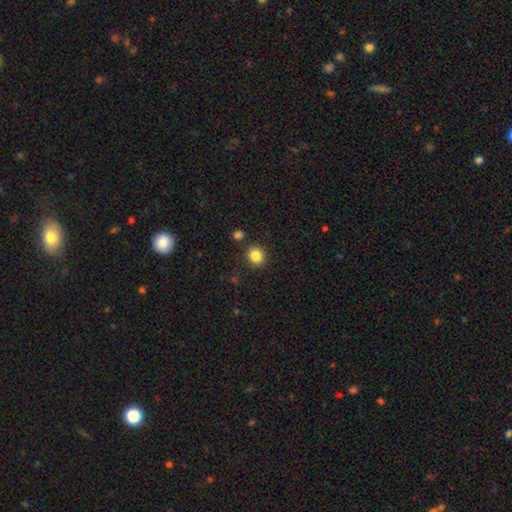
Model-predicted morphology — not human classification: The model was most divided on "how rounded": round: 83%, in between: 16%, cigar-shaped: 1%. More confident: merging — none (87%); smooth or featured — smooth (85%).